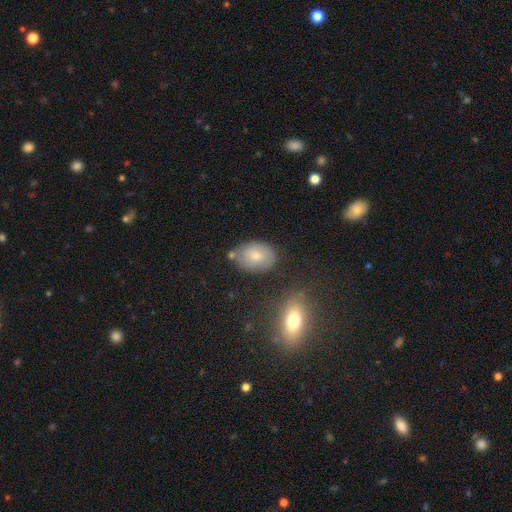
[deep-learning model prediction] The model was most divided on "merging": none: 69%, minor disturbance: 18%, merger: 8%, major disturbance: 5%. More confident: how rounded — in between (78%); smooth or featured — smooth (77%).